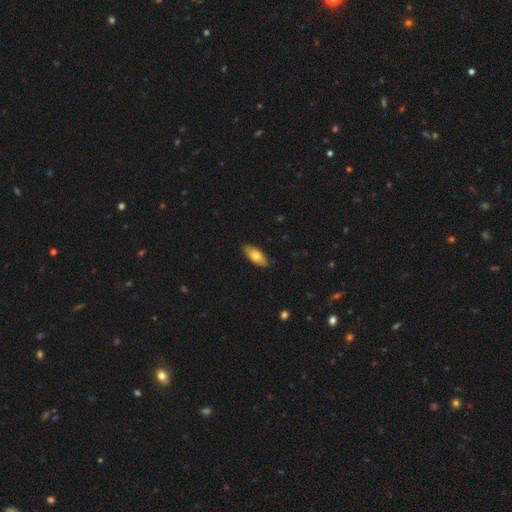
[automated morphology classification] Overall: smooth (70%). How rounded: in between (84%). Merging: none (87%).